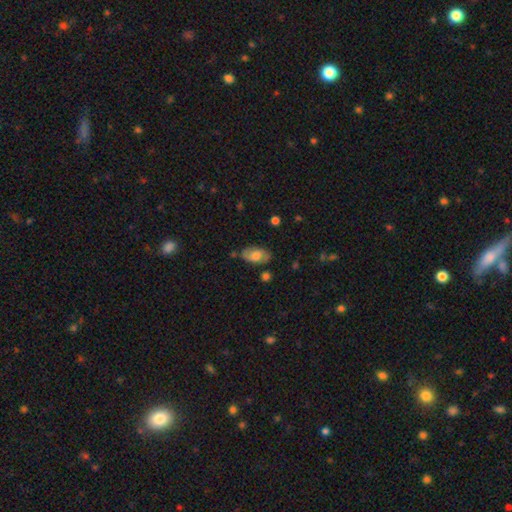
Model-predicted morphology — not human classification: The model was most divided on "smooth or featured": smooth: 64%, featured or disk: 29%, star or artifact: 7%. More confident: how rounded — in between (93%); merging — none (75%).